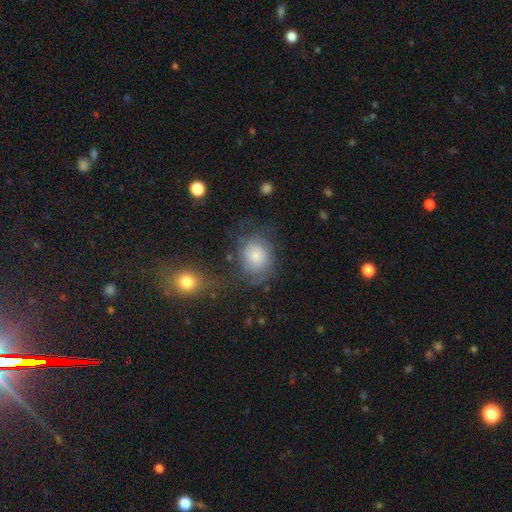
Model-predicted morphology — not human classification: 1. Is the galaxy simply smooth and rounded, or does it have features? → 68% smooth, 23% featured or disk, 9% star or artifact.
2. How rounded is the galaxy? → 58% round, 41% in between, 1% cigar-shaped.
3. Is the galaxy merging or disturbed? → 52% none, 23% minor disturbance, 17% major disturbance, 9% merger.